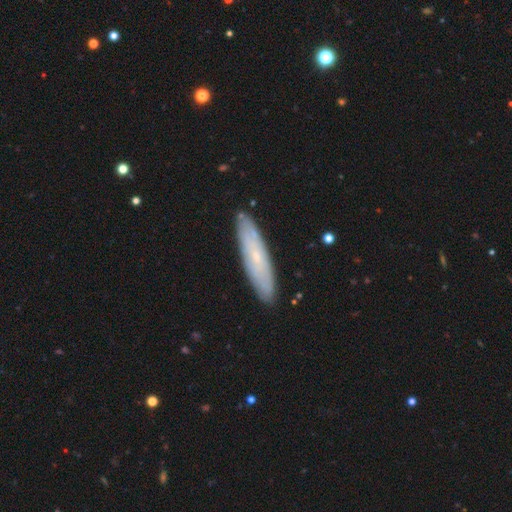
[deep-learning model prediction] smooth_or_featured: featured or disk (p=0.50) [alt: smooth p=0.43]
merging: none (p=0.89) [alt: minor disturbance p=0.09]